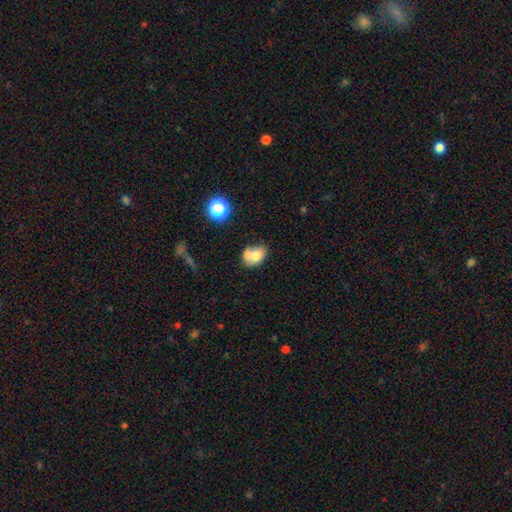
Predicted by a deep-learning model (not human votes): A smooth galaxy with no disk features (71%) that is in between round and cigar-shaped (68%).

Vote fractions:
- Smooth or featured? smooth: 71% / featured or disk: 18% / star or artifact: 11%
- How rounded? in between: 68% / round: 31% / cigar-shaped: 1%
- Merging? merger: 38% / none: 34% / minor disturbance: 20% / major disturbance: 9%